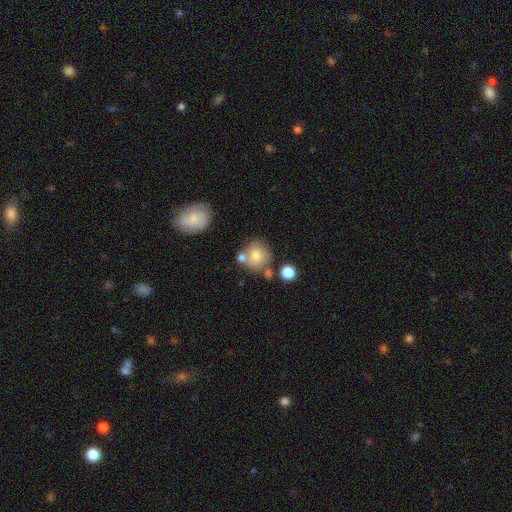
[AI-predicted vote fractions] Smooth or featured? smooth (72%)
How rounded? round (88%)
Merging? none (59%)